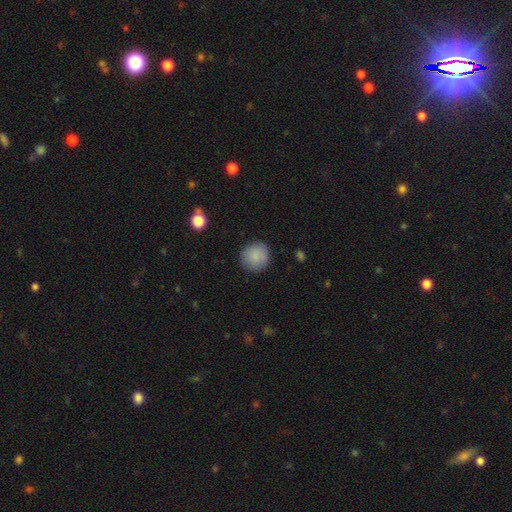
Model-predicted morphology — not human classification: This appears to be a smooth galaxy with no disk features (86%) that is round (89%). Merging: none (84%).